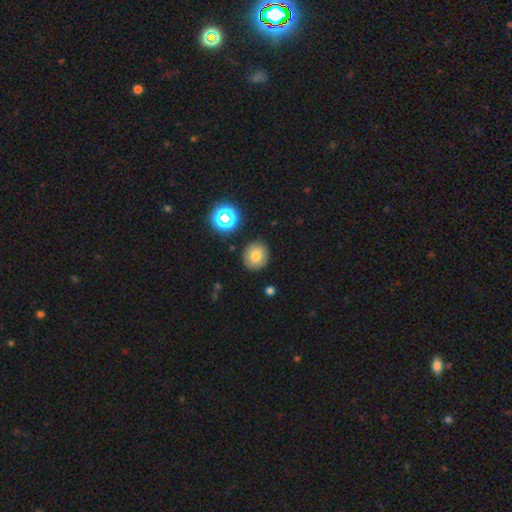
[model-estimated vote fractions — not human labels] smooth-or-featured: smooth: 76% | star or artifact: 14% | featured or disk: 10%
  how-rounded: round: 84% | in between: 15% | cigar-shaped: 1%
  merging: none: 87% | minor disturbance: 8% | major disturbance: 2% | merger: 2%